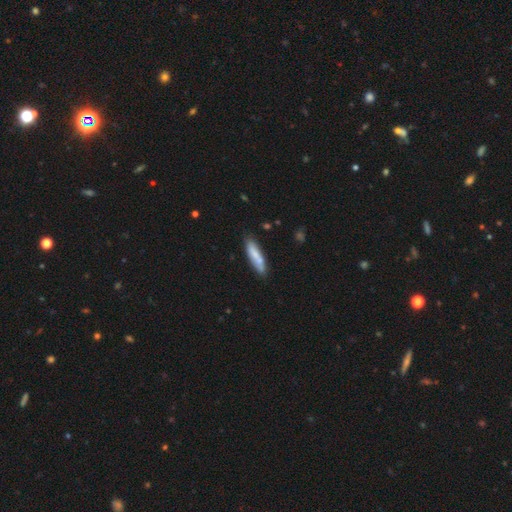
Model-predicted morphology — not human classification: Smooth or featured: smooth — 72% (featured or disk — 22%)
How rounded: cigar-shaped — 73% (in between — 26%)
Merging: none — 70% (minor disturbance — 17%)